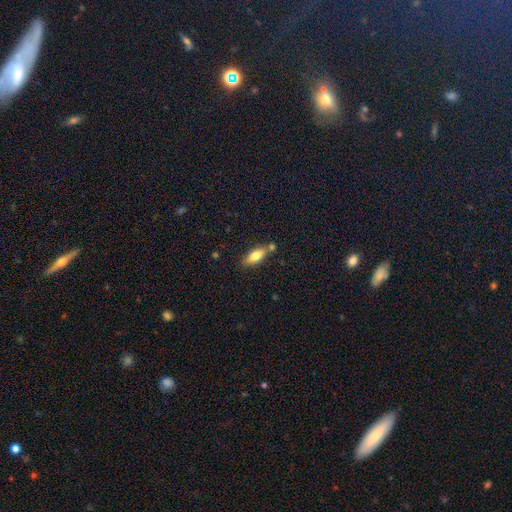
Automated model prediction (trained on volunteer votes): Morphology: type=smooth (71%); roundness=in between (67%); merging=none (66%).